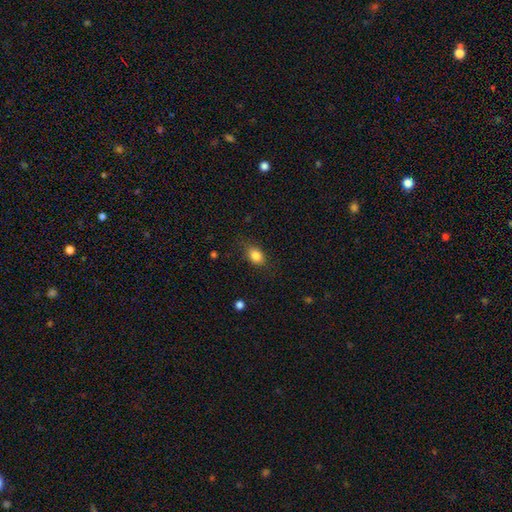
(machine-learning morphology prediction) smooth_or_featured: smooth (p=0.85) [alt: star or artifact p=0.09]
how_rounded: in between (p=0.76) [alt: round p=0.22]
merging: none (p=0.80) [alt: minor disturbance p=0.15]